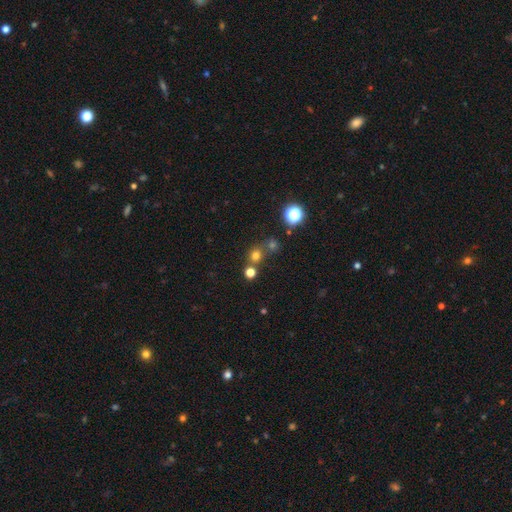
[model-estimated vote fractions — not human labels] Overall: smooth (67%). How rounded: round (87%). Merging: none (64%; merger 25%).